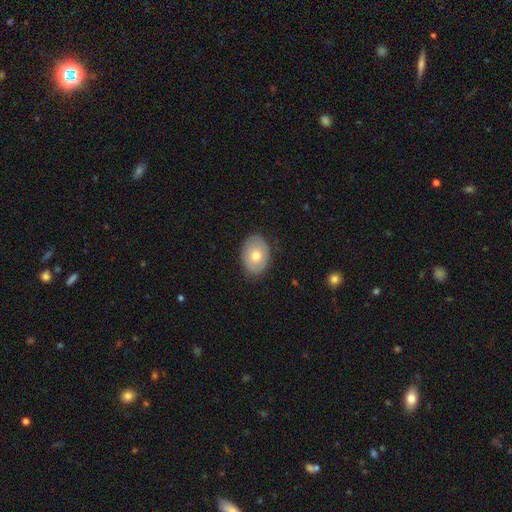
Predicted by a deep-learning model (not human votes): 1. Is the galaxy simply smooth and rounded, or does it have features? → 67% smooth, 26% featured or disk, 7% star or artifact.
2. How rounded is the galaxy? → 73% in between, 26% round, 1% cigar-shaped.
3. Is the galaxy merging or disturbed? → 83% none, 13% minor disturbance, 3% major disturbance, 1% merger.